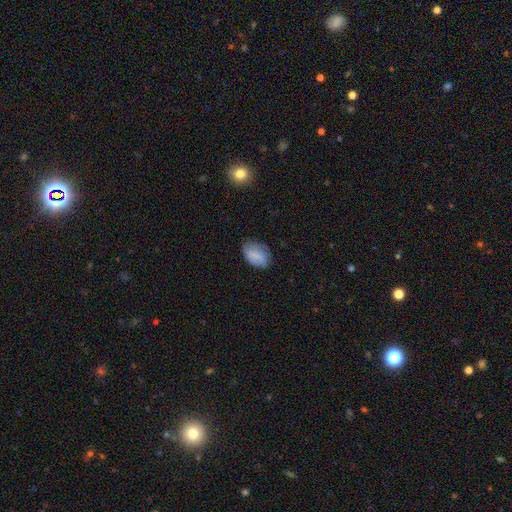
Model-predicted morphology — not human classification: Smooth or featured? Predicted: smooth (p=0.79). How rounded? Predicted: in between (p=0.85). Merging? Predicted: none (p=0.68).